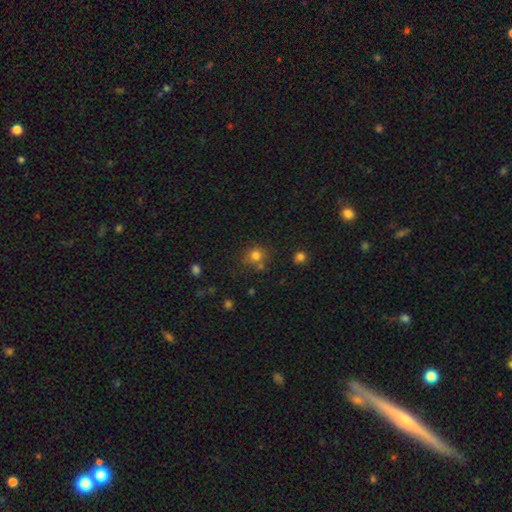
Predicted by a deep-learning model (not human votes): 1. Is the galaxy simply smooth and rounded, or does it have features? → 77% smooth, 16% star or artifact, 7% featured or disk.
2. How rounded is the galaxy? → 86% round, 13% in between, 1% cigar-shaped.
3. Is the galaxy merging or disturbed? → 73% none, 12% merger, 11% minor disturbance, 4% major disturbance.